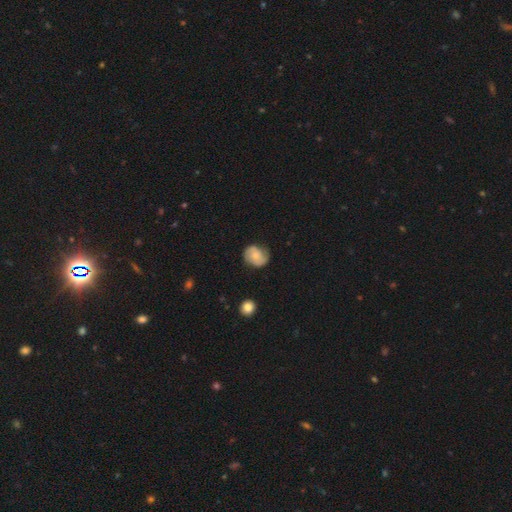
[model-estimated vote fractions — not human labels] This appears to be a featured or disk galaxy (53%) with no bar (72%), spiral arms (88%) and a small central bulge (54%). Merging: none (71%).